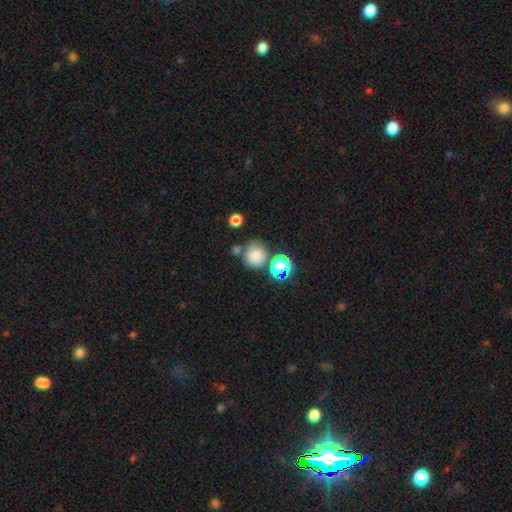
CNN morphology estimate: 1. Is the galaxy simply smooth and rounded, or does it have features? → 75% smooth, 16% star or artifact, 10% featured or disk.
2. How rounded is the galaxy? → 85% round, 14% in between, 1% cigar-shaped.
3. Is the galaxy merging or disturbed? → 60% none, 19% merger, 16% minor disturbance, 6% major disturbance.